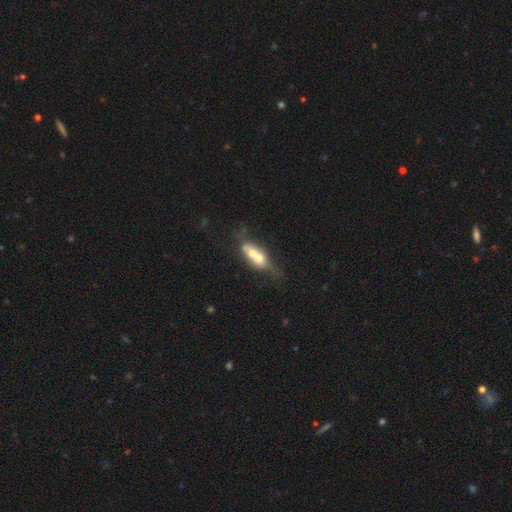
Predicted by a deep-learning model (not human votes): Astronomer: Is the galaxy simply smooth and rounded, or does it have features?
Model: smooth — 53% (runner-up: featured or disk, 39%).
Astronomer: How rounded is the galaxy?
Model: in between — 66%.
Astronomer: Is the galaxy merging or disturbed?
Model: merger — 64%.